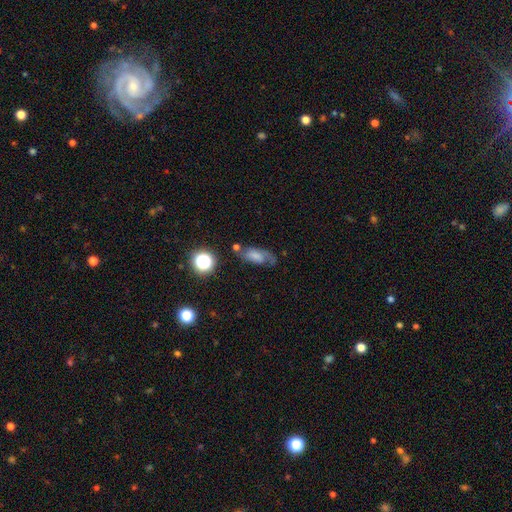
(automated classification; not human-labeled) smooth_or_featured: smooth (p=0.50) [alt: featured or disk p=0.35]
how_rounded: in between (p=0.77) [alt: cigar-shaped p=0.12]
merging: none (p=0.49) [alt: minor disturbance p=0.26]